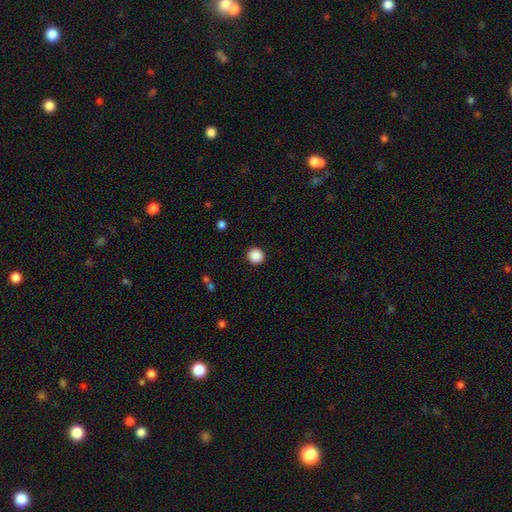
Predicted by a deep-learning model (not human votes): This appears to be a smooth galaxy with no disk features (88%) that is round (90%). Merging: none (92%).